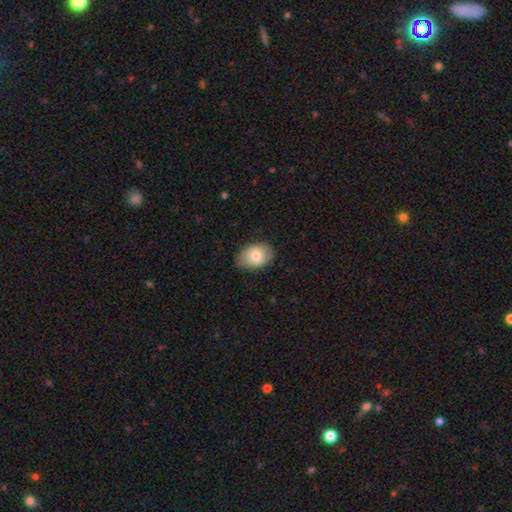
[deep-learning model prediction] Smooth or featured?
  - smooth: 76% *
  - featured or disk: 18%
  - star or artifact: 7%
How rounded?
  - in between: 80% *
  - round: 19%
  - cigar-shaped: 1%
Merging?
  - none: 79% *
  - minor disturbance: 17%
  - major disturbance: 3%
  - merger: 1%